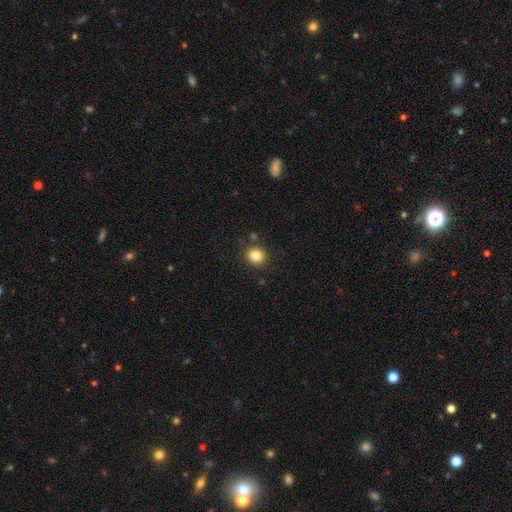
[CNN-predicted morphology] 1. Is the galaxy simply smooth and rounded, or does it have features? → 84% smooth, 11% star or artifact, 5% featured or disk.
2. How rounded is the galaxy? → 81% round, 18% in between, 1% cigar-shaped.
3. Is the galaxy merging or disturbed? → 85% none, 9% minor disturbance, 4% merger, 3% major disturbance.